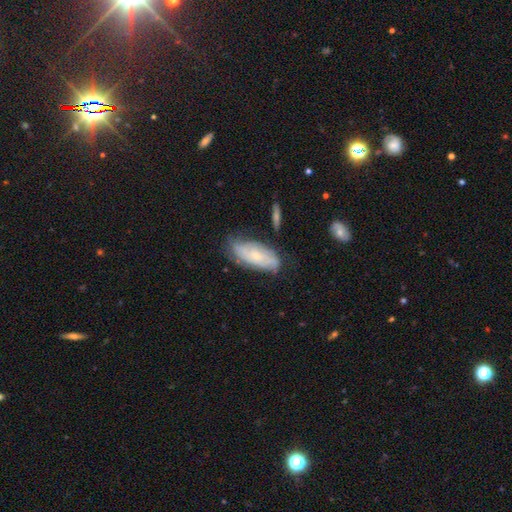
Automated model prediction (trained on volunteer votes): Morphology: type=featured or disk (51%); edge-on=no (87%); merging=none (64%).